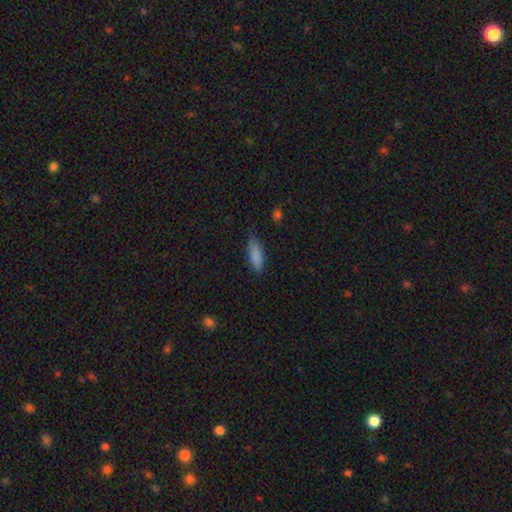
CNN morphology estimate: smooth-or-featured: smooth: 85% | star or artifact: 7% | featured or disk: 7%
  how-rounded: in between: 59% | cigar-shaped: 39% | round: 2%
  merging: none: 74% | minor disturbance: 21% | major disturbance: 4% | merger: 1%